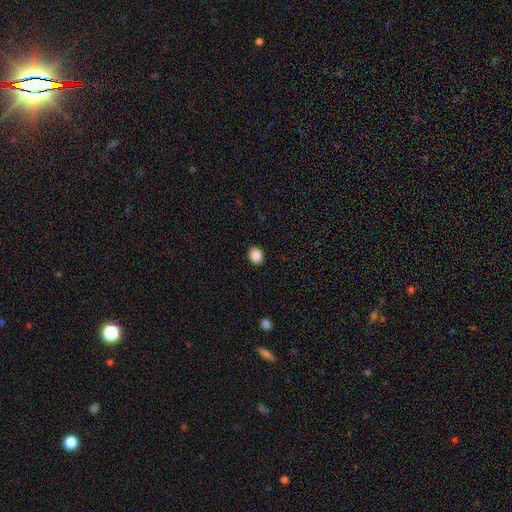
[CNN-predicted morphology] Smooth or featured? Predicted: smooth (p=0.88). How rounded? Predicted: round (p=0.54). Merging? Predicted: none (p=0.91).